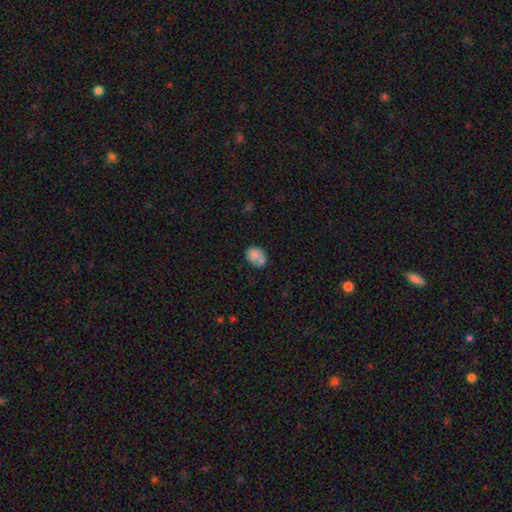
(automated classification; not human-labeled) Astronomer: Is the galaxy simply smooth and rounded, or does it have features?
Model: smooth — 78%.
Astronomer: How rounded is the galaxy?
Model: in between — 51% (runner-up: round, 48%).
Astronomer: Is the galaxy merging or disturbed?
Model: none — 47% (runner-up: merger, 27%).